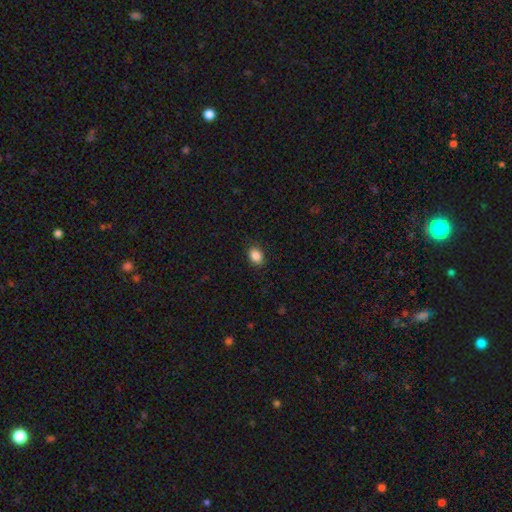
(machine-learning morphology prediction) type=smooth (87%); roundness=in between (72%); merging=none (88%).